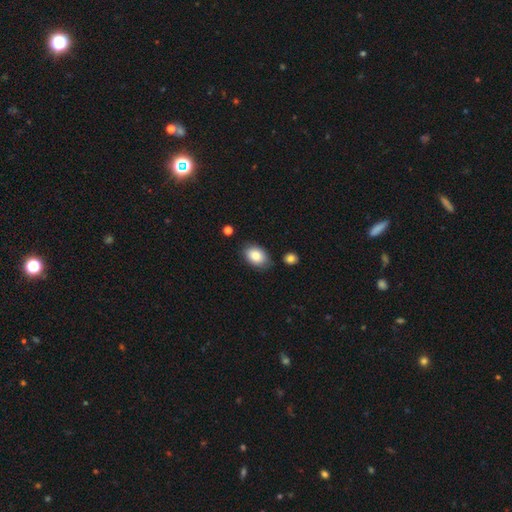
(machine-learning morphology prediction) smooth_or_featured: smooth (p=0.84) [alt: featured or disk p=0.08]
how_rounded: in between (p=0.82) [alt: round p=0.17]
merging: none (p=0.78) [alt: minor disturbance p=0.15]